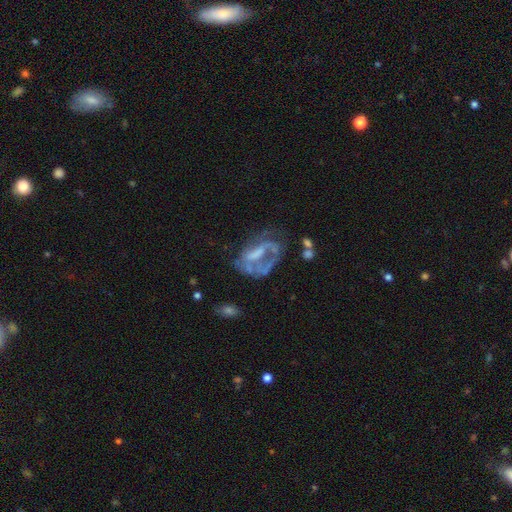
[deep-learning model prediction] smooth-or-featured: featured or disk: 71% | smooth: 18% | star or artifact: 11%
  disk-edge-on: no: 96% | yes: 4%
    bar: no: 47% | weak: 34% | strong: 19%
    has-spiral-arms: no: 52% | yes: 48%
    bulge-size: none: 48% | moderate: 25% | small: 20% | large: 6% | dominant: 1%
  merging: major disturbance: 40% | none: 32% | minor disturbance: 19% | merger: 9%